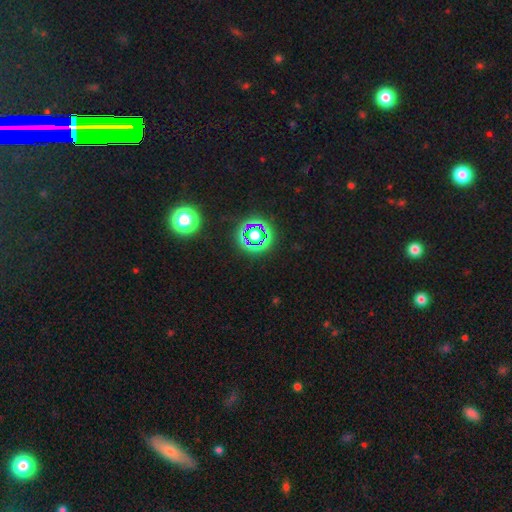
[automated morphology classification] This is likely a star or artifact rather than a galaxy (72%).